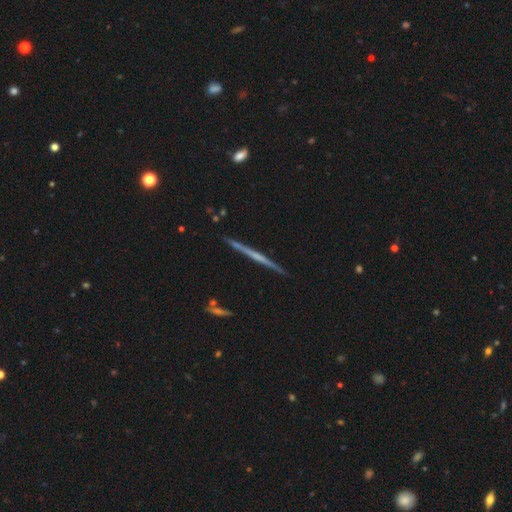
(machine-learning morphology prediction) Overall: featured or disk (70%). Edge-on disk: yes (98%). Edge-on bulge: none (72%). Merging: none (91%).